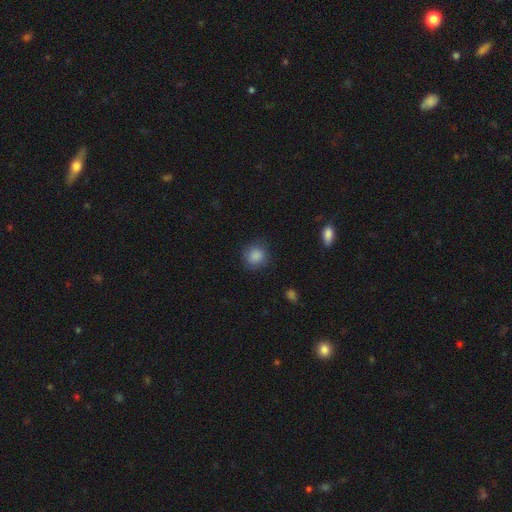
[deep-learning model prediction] smooth_or_featured: smooth (p=0.87) [alt: star or artifact p=0.09]
how_rounded: round (p=0.87) [alt: in between p=0.12]
merging: none (p=0.85) [alt: minor disturbance p=0.11]